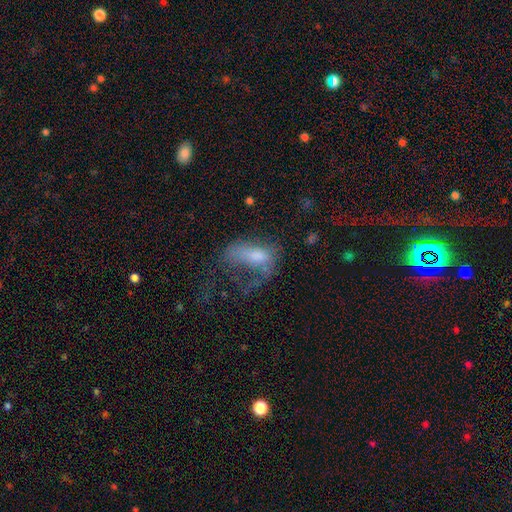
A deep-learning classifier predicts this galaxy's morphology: Smooth or featured? smooth (49%)
Merging? major disturbance (59%)